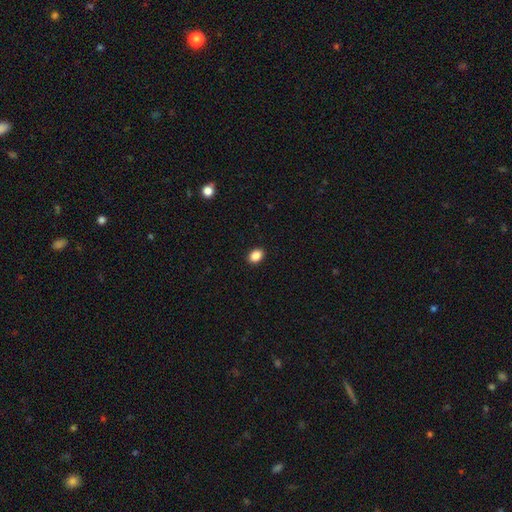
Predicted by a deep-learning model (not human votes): A smooth galaxy with no disk features (88%) that is in between round and cigar-shaped (71%).

Vote fractions:
- Smooth or featured? smooth: 88% / star or artifact: 9% / featured or disk: 3%
- How rounded? in between: 71% / round: 28% / cigar-shaped: 1%
- Merging? none: 91% / minor disturbance: 6% / major disturbance: 2% / merger: 1%